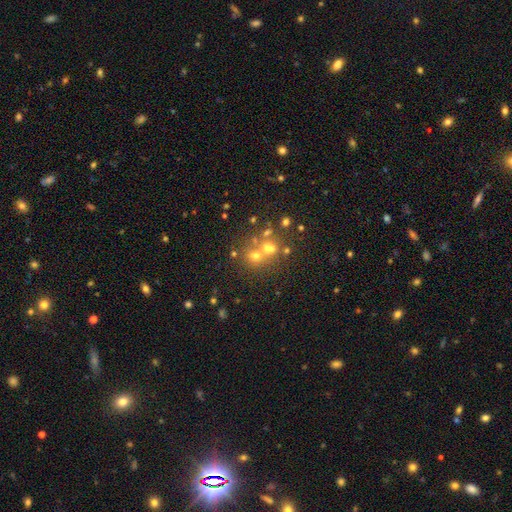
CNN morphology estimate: Smooth or featured? smooth (56%)
How rounded? round (77%)
Merging? none (45%)